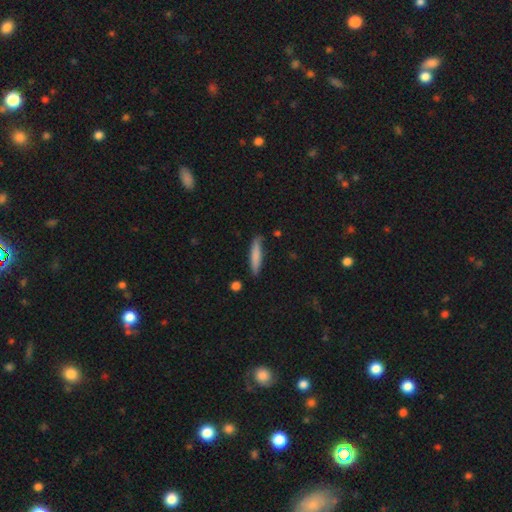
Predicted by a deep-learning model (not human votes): This appears to be a smooth galaxy with no disk features (78%) that is cigar-shaped (88%). Merging: none (80%).